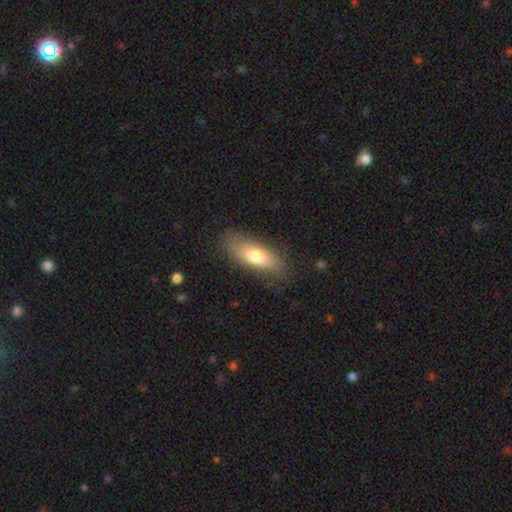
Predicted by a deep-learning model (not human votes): A smooth galaxy with no disk features (71%) that is in between round and cigar-shaped (70%). Merging: none (79%).